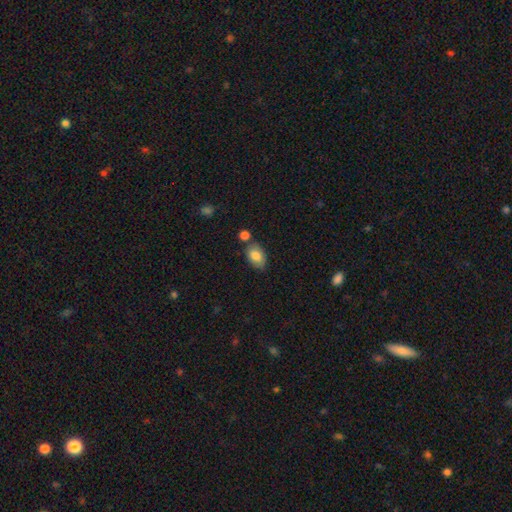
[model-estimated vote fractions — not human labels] The model was most divided on "merging": none: 66%, minor disturbance: 16%, merger: 14%, major disturbance: 4%. More confident: how rounded — in between (89%); smooth or featured — smooth (81%).